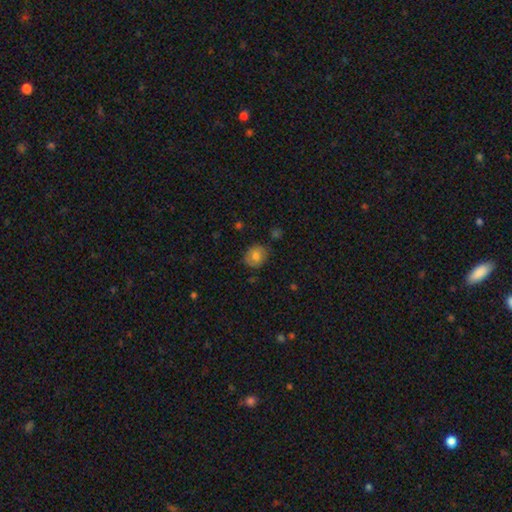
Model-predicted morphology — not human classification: smooth_or_featured: smooth (p=0.76) [alt: featured or disk p=0.15]
how_rounded: round (p=0.61) [alt: in between p=0.38]
merging: none (p=0.77) [alt: minor disturbance p=0.17]